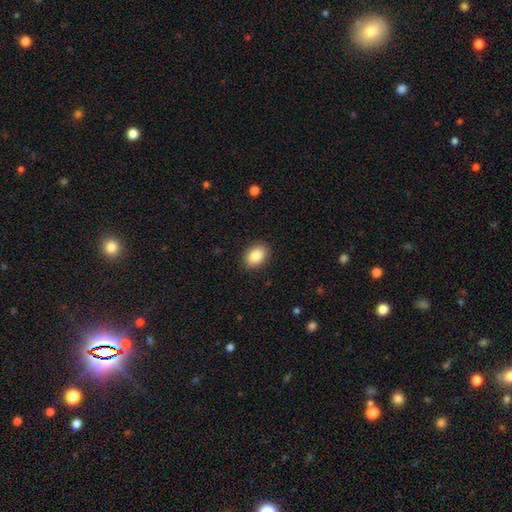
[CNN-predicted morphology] smooth-or-featured: smooth: 87% | star or artifact: 7% | featured or disk: 6%
  how-rounded: in between: 78% | round: 21% | cigar-shaped: 1%
  merging: none: 89% | minor disturbance: 8% | major disturbance: 2% | merger: 1%